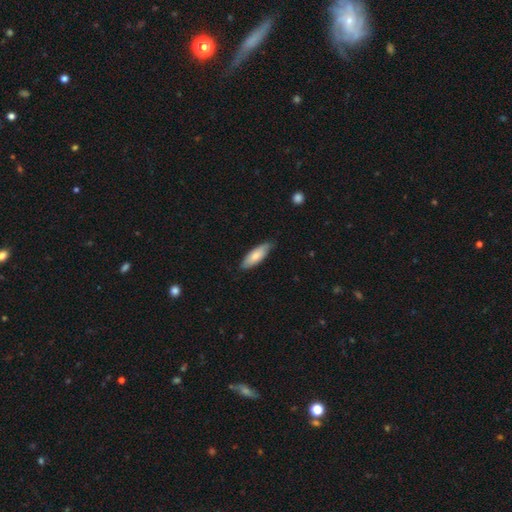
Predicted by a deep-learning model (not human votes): A smooth galaxy with no disk features (74%) that is in between round and cigar-shaped (58%). Merging: none (74%).